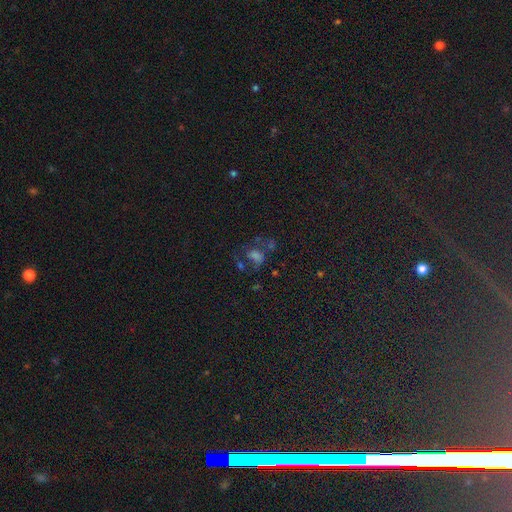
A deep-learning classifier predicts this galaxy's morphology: smooth-or-featured: star or artifact: 39% | smooth: 37% | featured or disk: 24%